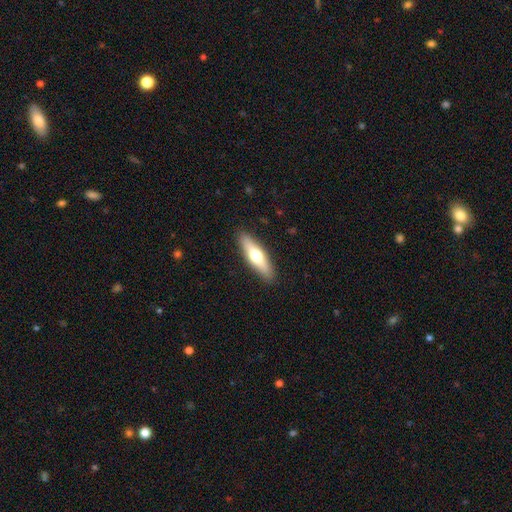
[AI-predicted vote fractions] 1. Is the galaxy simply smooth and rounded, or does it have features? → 57% smooth, 38% featured or disk, 5% star or artifact.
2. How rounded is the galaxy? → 64% cigar-shaped, 34% in between, 2% round.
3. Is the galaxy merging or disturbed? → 89% none, 8% minor disturbance, 2% major disturbance, 1% merger.